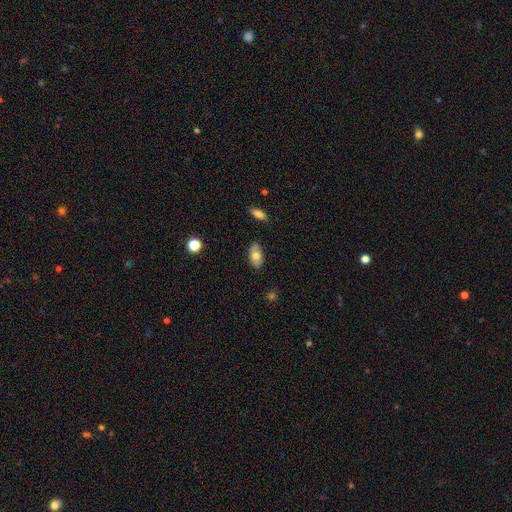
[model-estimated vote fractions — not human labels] Morphology: type=smooth (74%); roundness=in between (92%); merging=none (83%).